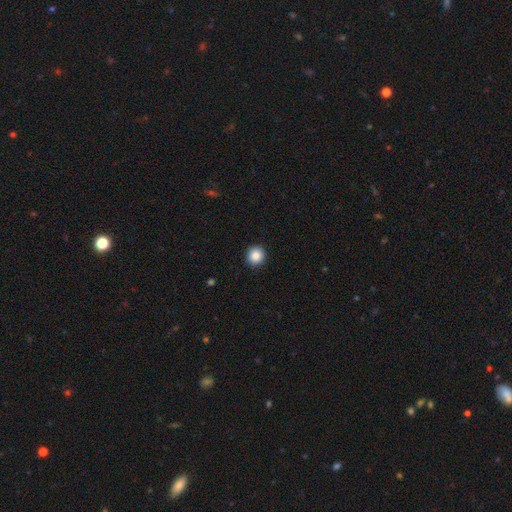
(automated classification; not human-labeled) Smooth or featured: smooth — 88% (star or artifact — 9%)
How rounded: round — 91% (in between — 8%)
Merging: none — 92% (minor disturbance — 5%)